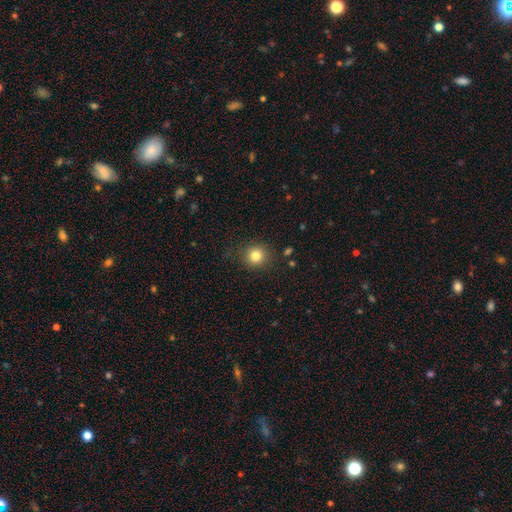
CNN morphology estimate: Overall: smooth (82%). How rounded: round (90%). Merging: none (87%).